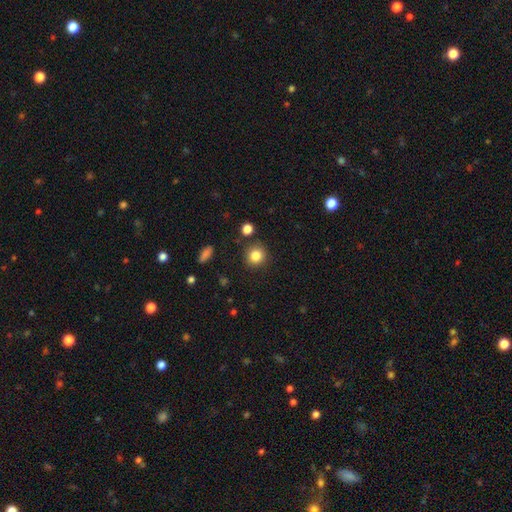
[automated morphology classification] Smooth or featured?
  - smooth: 84% *
  - star or artifact: 11%
  - featured or disk: 5%
How rounded?
  - round: 90% *
  - in between: 9%
  - cigar-shaped: 1%
Merging?
  - none: 85% *
  - minor disturbance: 8%
  - merger: 4%
  - major disturbance: 3%